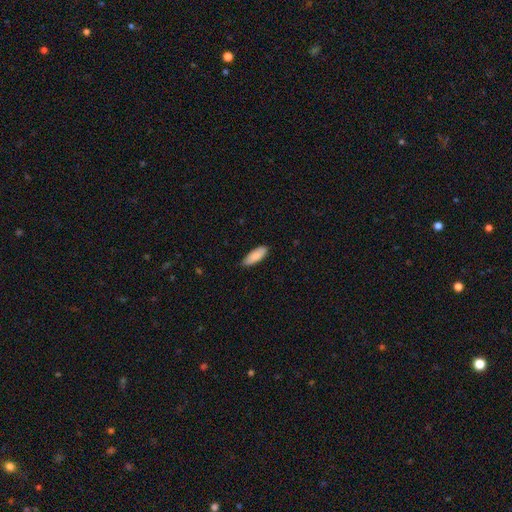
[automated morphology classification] smooth-or-featured: smooth: 89% | featured or disk: 6% | star or artifact: 5%
  how-rounded: in between: 69% | cigar-shaped: 30% | round: 2%
  merging: none: 85% | minor disturbance: 12% | major disturbance: 2% | merger: 1%